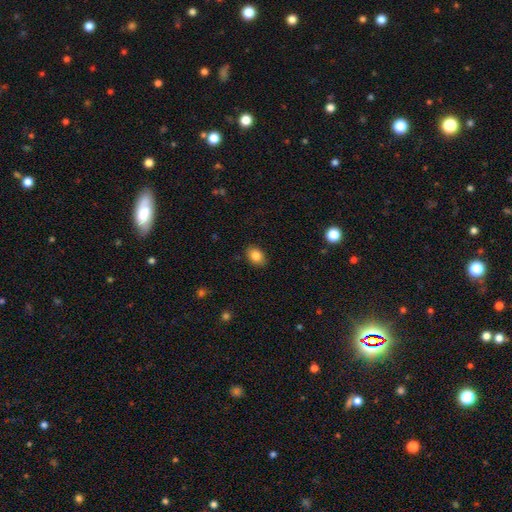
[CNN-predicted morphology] This is clearly a smooth galaxy (85%). How rounded: likely in between (74%). Merging: clearly none (87%).